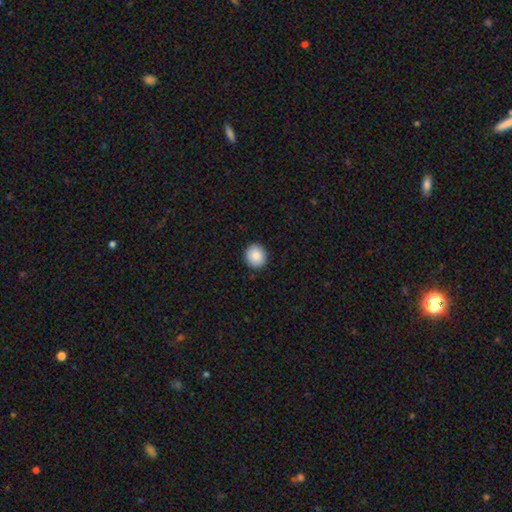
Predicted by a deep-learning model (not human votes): smooth-or-featured: smooth: 87% | star or artifact: 8% | featured or disk: 5%
  how-rounded: round: 85% | in between: 14% | cigar-shaped: 1%
  merging: none: 91% | minor disturbance: 6% | major disturbance: 2% | merger: 1%